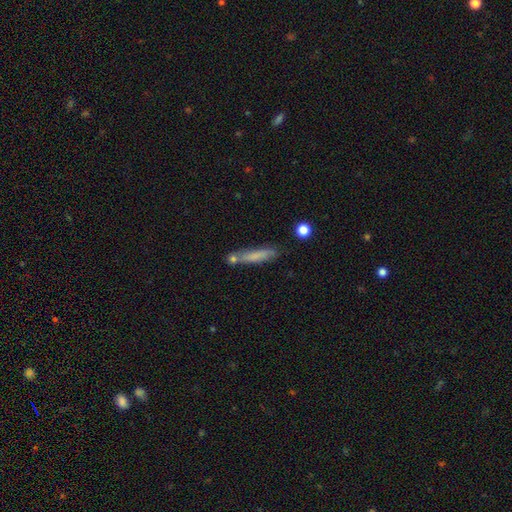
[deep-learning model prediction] smooth 69%, featured or disk 23%, star or artifact 8%. Down the decision tree: how rounded — cigar-shaped (88%); merging — none (67%).